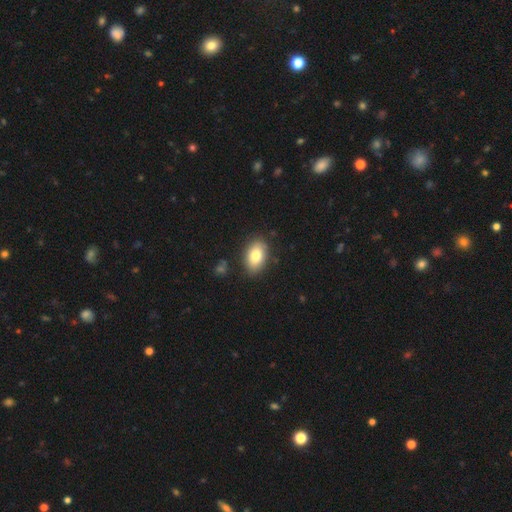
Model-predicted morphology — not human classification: The model was most divided on "smooth or featured": smooth: 81%, featured or disk: 11%, star or artifact: 7%. More confident: how rounded — in between (89%); merging — none (85%).